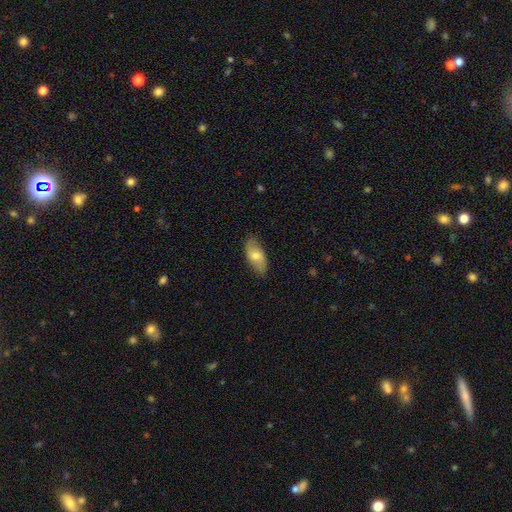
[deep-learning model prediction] The model was most divided on "smooth or featured": smooth: 70%, featured or disk: 24%, star or artifact: 6%. More confident: how rounded — in between (90%); merging — none (82%).